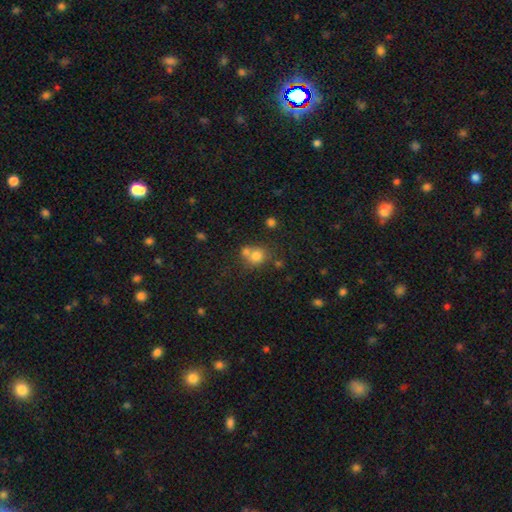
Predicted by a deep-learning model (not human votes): Q: Smooth or featured?
A: smooth (76%); runner-up: star or artifact (13%)
Q: How rounded?
A: round (77%); runner-up: in between (22%)
Q: Merging?
A: merger (43%); tied with: none (43%)